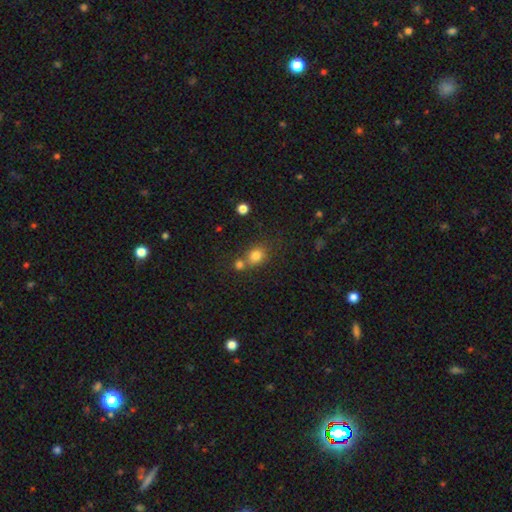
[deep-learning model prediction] This is likely a smooth galaxy (79%). How rounded: likely round (65%). Merging: possibly none (50%).